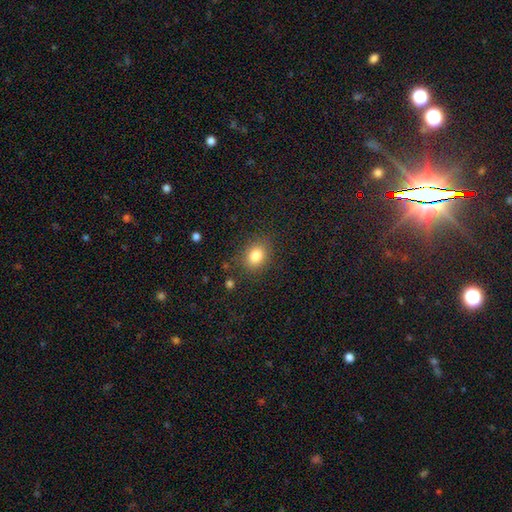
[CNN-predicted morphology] Smooth or featured? smooth (83%)
How rounded? round (50%)
Merging? none (83%)